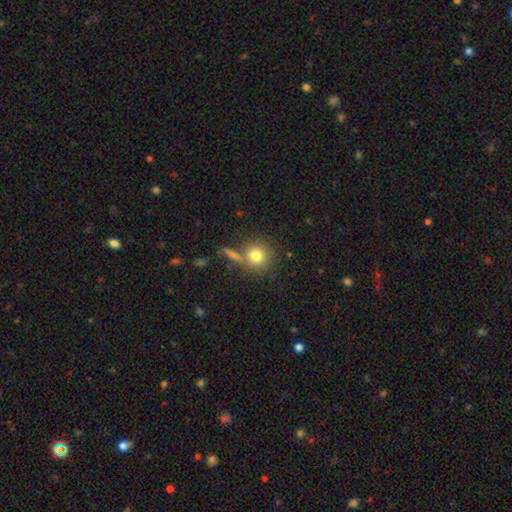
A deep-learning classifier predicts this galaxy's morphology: A smooth galaxy with no disk features (79%) that is round (91%).

Vote fractions:
- Smooth or featured? smooth: 79% / featured or disk: 11% / star or artifact: 10%
- How rounded? round: 91% / in between: 8% / cigar-shaped: 1%
- Merging? none: 65% / merger: 18% / minor disturbance: 11% / major disturbance: 6%